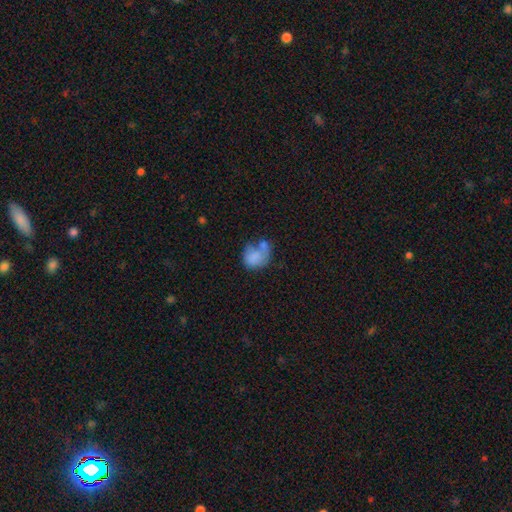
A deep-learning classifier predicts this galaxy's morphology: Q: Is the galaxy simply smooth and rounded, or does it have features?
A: smooth — 72%.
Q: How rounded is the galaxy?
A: round — 54%.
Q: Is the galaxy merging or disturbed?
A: merger — 34%.